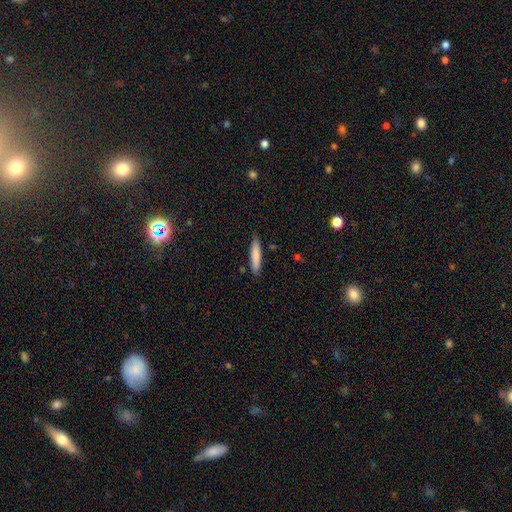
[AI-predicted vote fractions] Smooth or featured: smooth — 82% (featured or disk — 12%)
How rounded: cigar-shaped — 84% (in between — 15%)
Merging: none — 82% (minor disturbance — 14%)